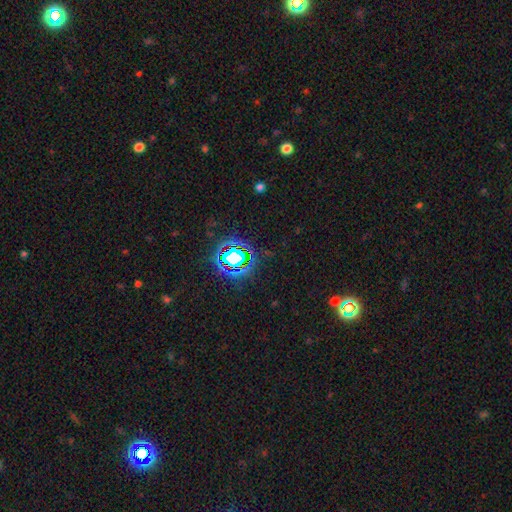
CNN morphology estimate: A star or artifact, not a galaxy (80%).

Vote fractions:
- Smooth or featured? star or artifact: 80% / smooth: 12% / featured or disk: 8%